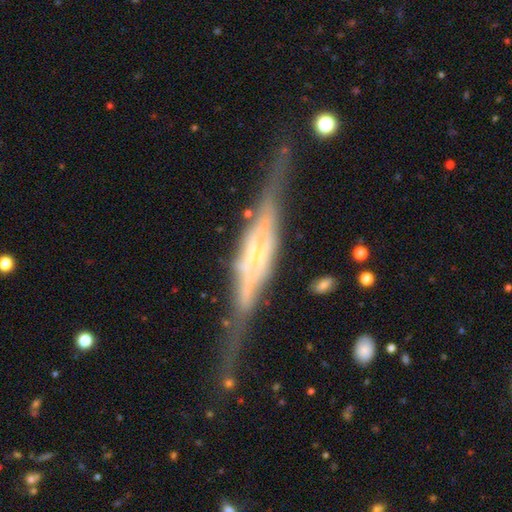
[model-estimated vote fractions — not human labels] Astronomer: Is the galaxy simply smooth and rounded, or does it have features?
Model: featured or disk — 85%.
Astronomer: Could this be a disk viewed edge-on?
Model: yes — 96%.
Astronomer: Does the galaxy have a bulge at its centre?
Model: rounded — 47% (runner-up: boxy, 46%).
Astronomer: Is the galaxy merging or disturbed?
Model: none — 74%.